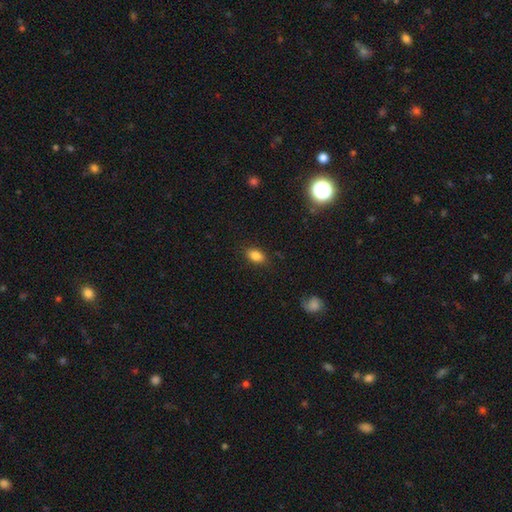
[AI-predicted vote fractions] Smooth or featured? Predicted: smooth (p=0.84). How rounded? Predicted: in between (p=0.84). Merging? Predicted: none (p=0.84).